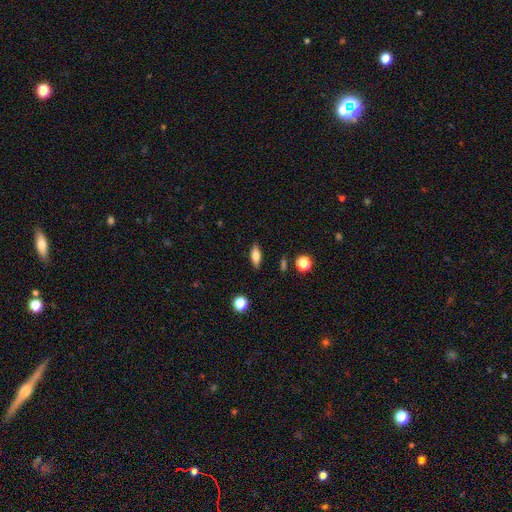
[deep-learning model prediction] Smooth or featured? Predicted: smooth (p=0.67). How rounded? Predicted: in between (p=0.68). Merging? Predicted: none (p=0.87).